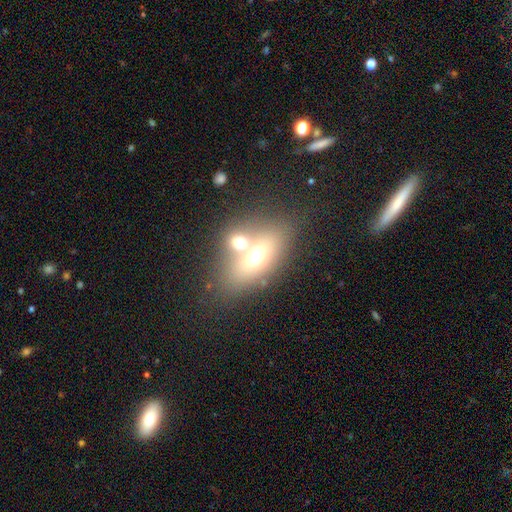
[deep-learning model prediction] smooth_or_featured: smooth (p=0.59) [alt: featured or disk p=0.25]
how_rounded: in between (p=0.74) [alt: round p=0.23]
merging: merger (p=0.52) [alt: none p=0.35]